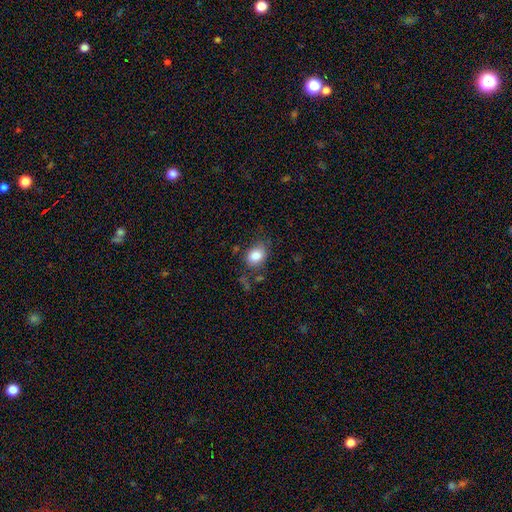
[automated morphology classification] smooth 84%, star or artifact 9%, featured or disk 7%. Down the decision tree: how rounded — in between (55%); merging — none (70%).